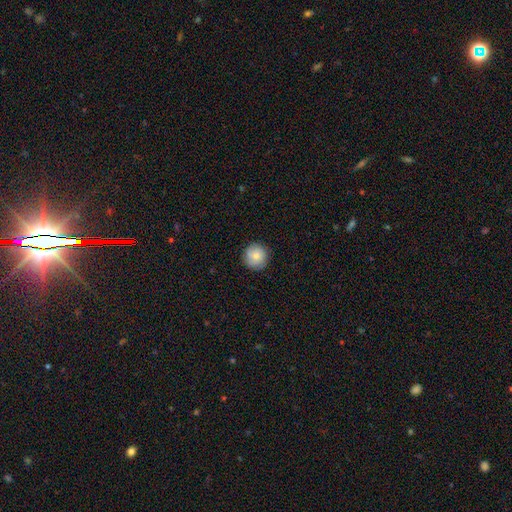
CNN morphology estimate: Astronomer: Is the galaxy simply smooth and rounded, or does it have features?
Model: smooth — 77%.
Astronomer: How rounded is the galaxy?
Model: round — 94%.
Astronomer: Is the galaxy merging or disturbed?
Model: none — 87%.